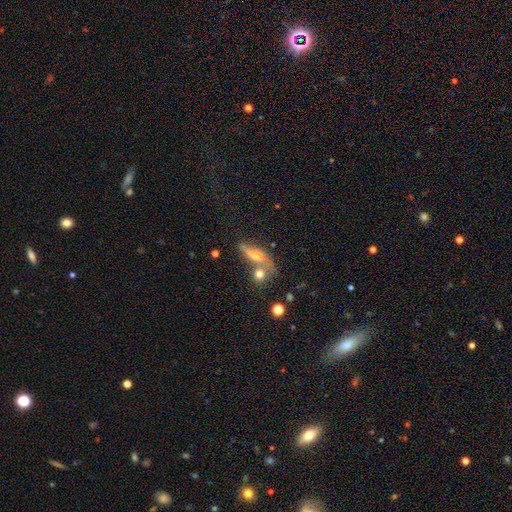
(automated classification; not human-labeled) Morphology: type=featured or disk (50%); merging=none (39%).